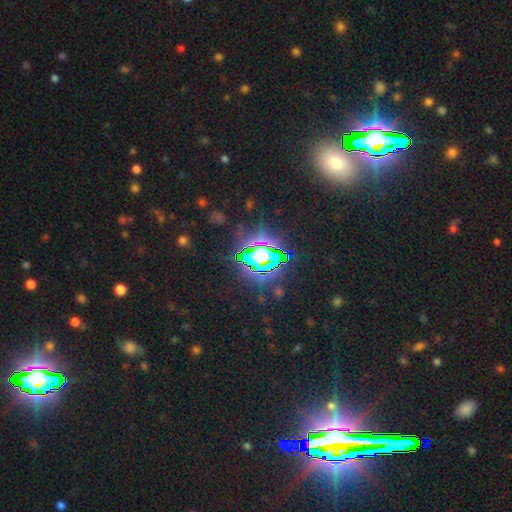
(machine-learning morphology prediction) This is likely a star or artifact rather than a galaxy (76%).